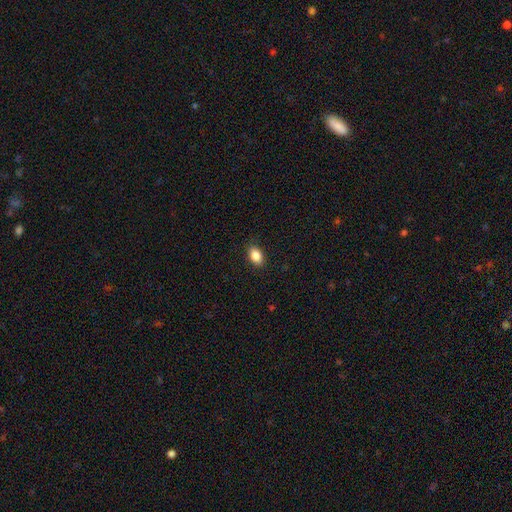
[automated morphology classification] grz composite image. It shows a smooth galaxy with no disk features (87%) that is in between round and cigar-shaped (87%). Merging: none (87%).